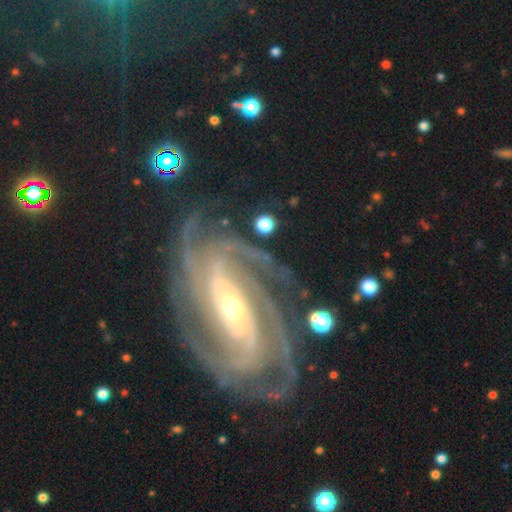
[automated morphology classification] featured or disk 92%, star or artifact 6%, smooth 3%. Down the decision tree: edge-on disk — no (96%); bar — strong (41%); spiral arms — yes (98%); spiral arm count — 4 (31%); spiral winding — tight (66%); bulge size — small (57%); merging — none (77%).